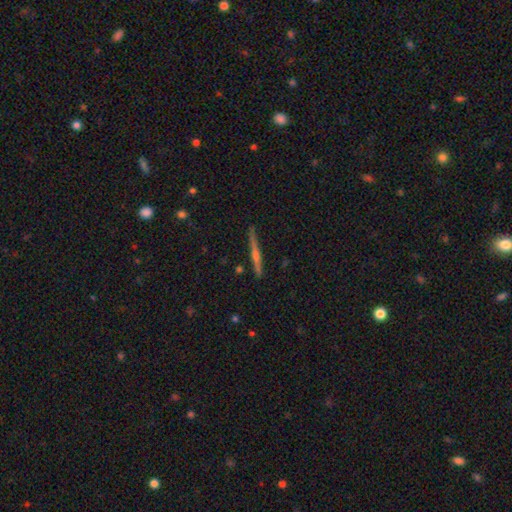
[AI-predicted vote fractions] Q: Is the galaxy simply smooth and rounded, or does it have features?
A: featured or disk — 67%.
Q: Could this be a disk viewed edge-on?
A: yes — 96%.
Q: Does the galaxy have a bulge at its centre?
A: rounded — 71%.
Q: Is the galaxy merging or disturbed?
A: none — 89%.